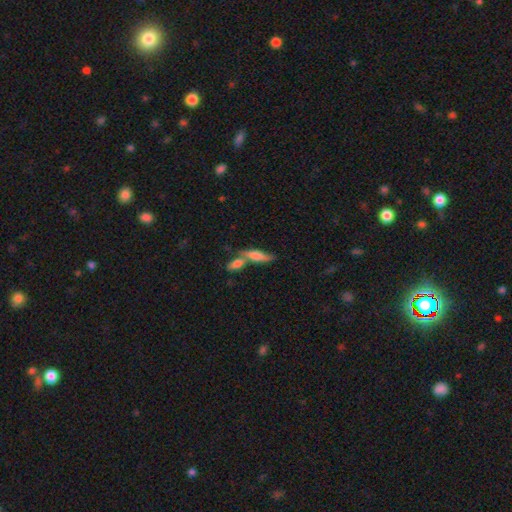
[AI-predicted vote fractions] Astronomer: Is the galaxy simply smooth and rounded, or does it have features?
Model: smooth — 60%.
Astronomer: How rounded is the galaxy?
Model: cigar-shaped — 51% (runner-up: in between, 46%).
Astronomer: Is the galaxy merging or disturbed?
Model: merger — 47% (runner-up: none, 37%).